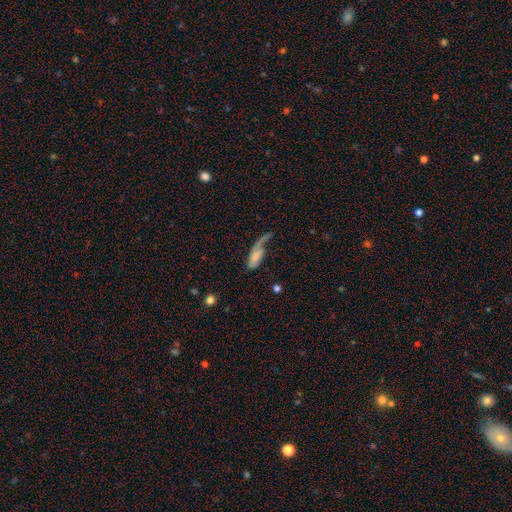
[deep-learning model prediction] Smooth or featured: smooth — 55% (featured or disk — 36%)
How rounded: in between — 72% (cigar-shaped — 24%)
Merging: major disturbance — 50% (none — 22%)